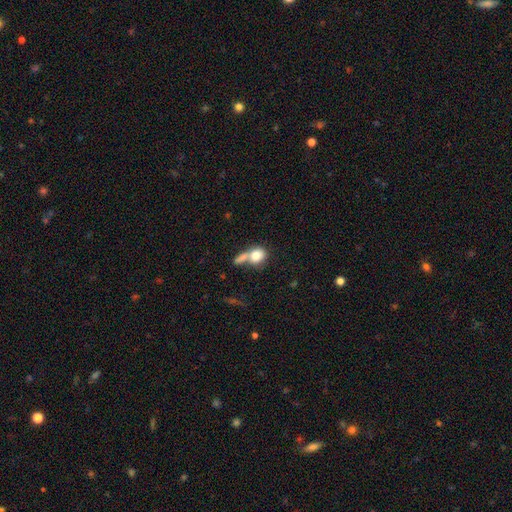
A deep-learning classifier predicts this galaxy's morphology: smooth 76%, featured or disk 16%, star or artifact 8%. Down the decision tree: how rounded — round (54%); merging — merger (47%).